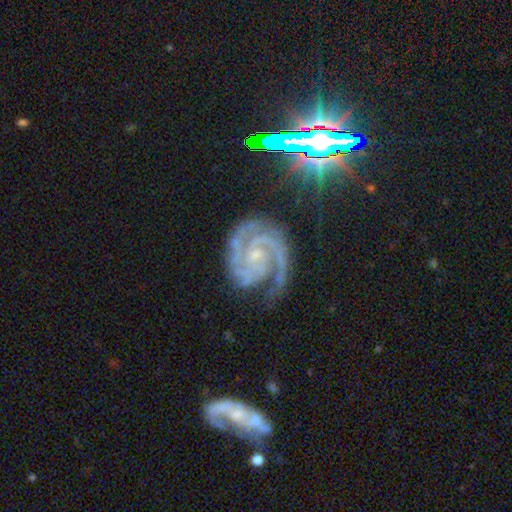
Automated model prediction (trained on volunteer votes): The model was most divided on "spiral winding": tight: 59%, medium: 36%, loose: 5%. More confident: spiral arms — yes (99%); edge-on disk — no (98%); smooth or featured — featured or disk (91%); bulge size — small (75%); spiral arm count — 2 (67%); merging — none (67%); bar — no (61%).